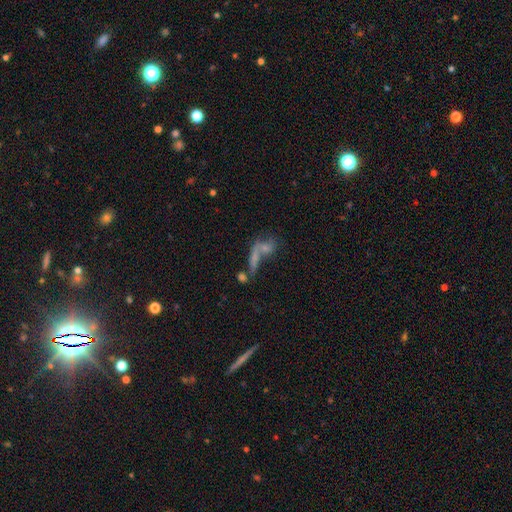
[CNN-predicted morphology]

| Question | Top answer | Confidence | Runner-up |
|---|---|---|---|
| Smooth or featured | smooth | 44% | featured or disk (36%) |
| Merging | merger | 52% | none (24%) |